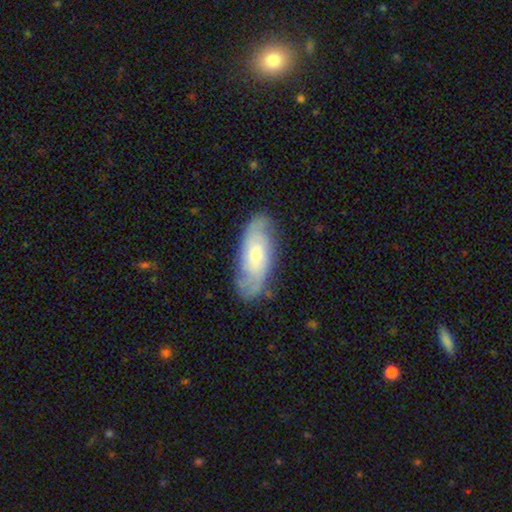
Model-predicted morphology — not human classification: This is possibly a featured or disk galaxy (54%). It is clearly not viewed edge-on (88%). Merging: likely none (76%).